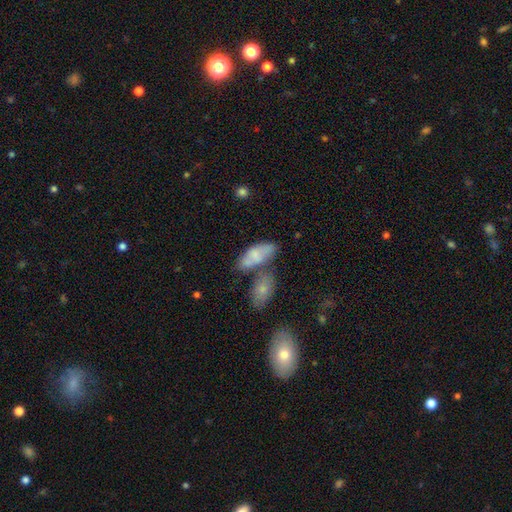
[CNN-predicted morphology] A smooth galaxy with no disk features (70%) that is in between round and cigar-shaped (84%). Merging: none (38%).